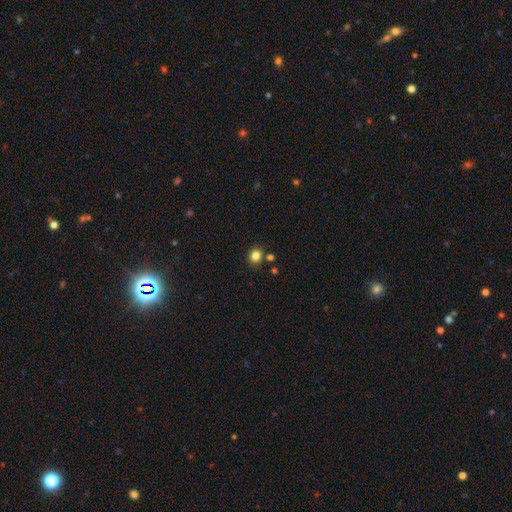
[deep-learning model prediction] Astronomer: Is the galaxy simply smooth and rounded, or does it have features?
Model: smooth — 83%.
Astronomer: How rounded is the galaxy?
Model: round — 83%.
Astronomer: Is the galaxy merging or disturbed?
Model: none — 82%.